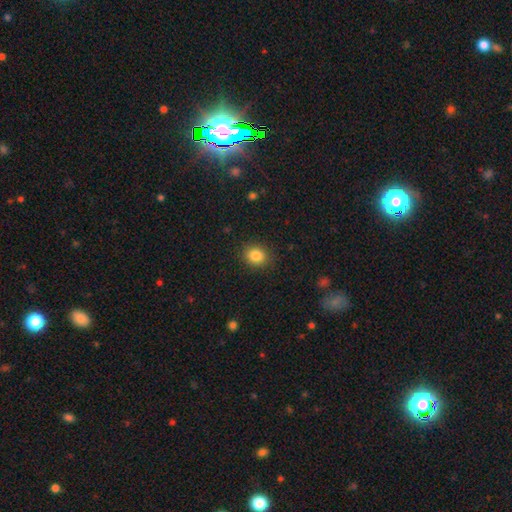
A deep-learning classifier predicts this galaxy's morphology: smooth-or-featured: smooth: 85% | star or artifact: 10% | featured or disk: 5%
  how-rounded: round: 61% | in between: 38% | cigar-shaped: 1%
  merging: none: 88% | minor disturbance: 9% | major disturbance: 3% | merger: 1%